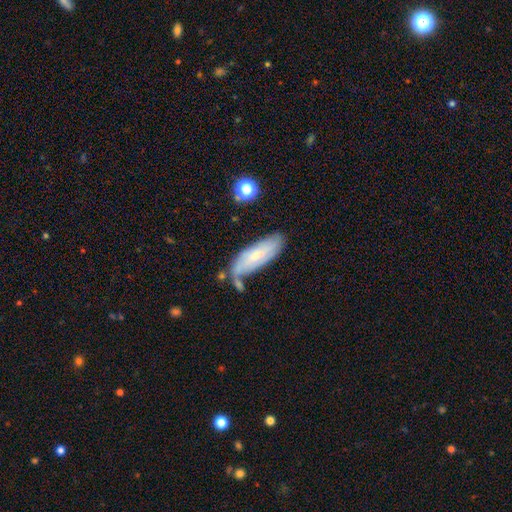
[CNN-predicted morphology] This appears to be a smooth galaxy with no disk features (54%) that is in between round and cigar-shaped (59%). Merging: none (54%).